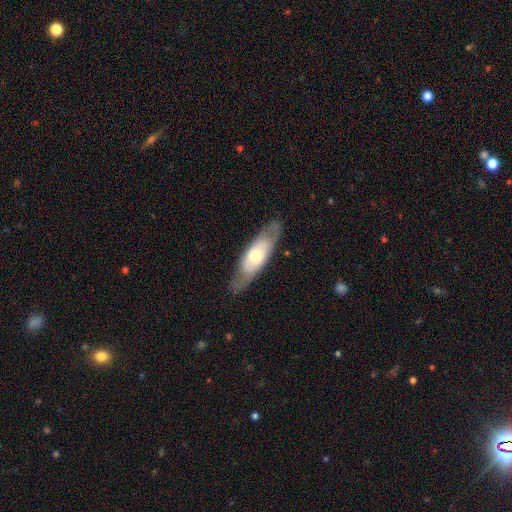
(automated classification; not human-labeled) Smooth or featured? featured or disk (53%)
Edge-on disk? no (65%)
Merging? none (78%)